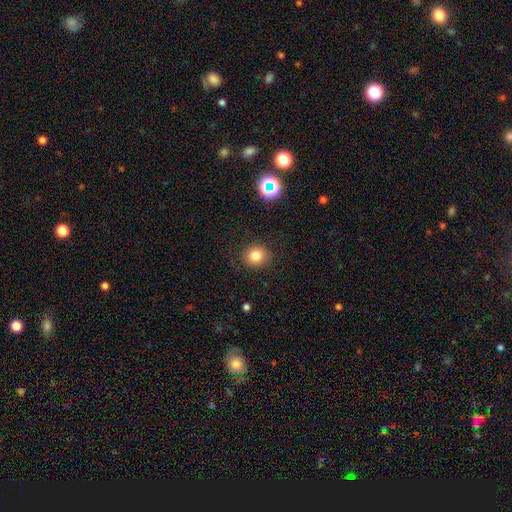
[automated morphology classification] Smooth or featured? smooth (80%)
How rounded? round (80%)
Merging? none (88%)